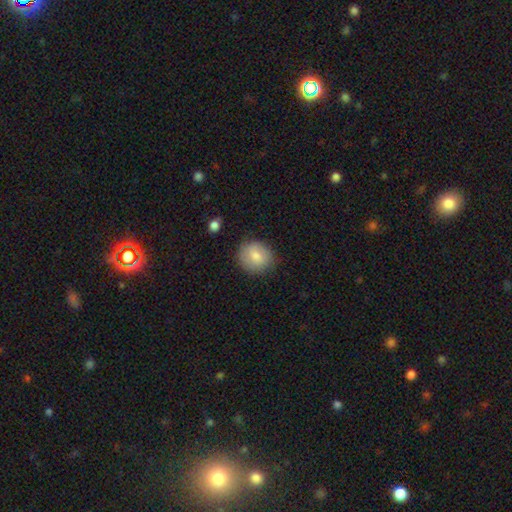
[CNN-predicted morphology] Smooth or featured? Predicted: smooth (p=0.80). How rounded? Predicted: round (p=0.80). Merging? Predicted: none (p=0.84).